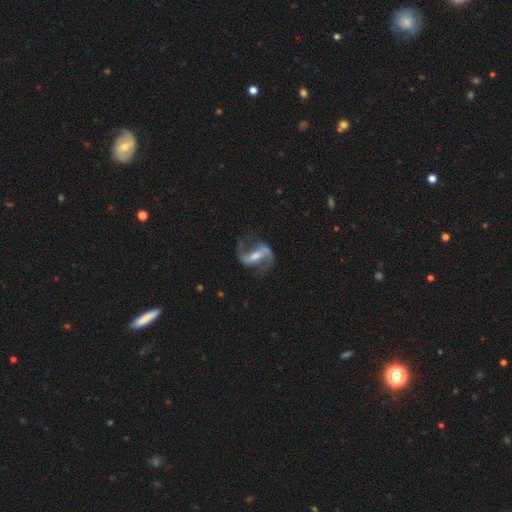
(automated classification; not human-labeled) featured or disk 90%, smooth 5%, star or artifact 5%. Down the decision tree: edge-on disk — no (97%); bar — strong (52%); spiral arms — yes (97%); spiral arm count — 2 (94%); spiral winding — medium (47%); bulge size — moderate (48%); merging — none (75%).